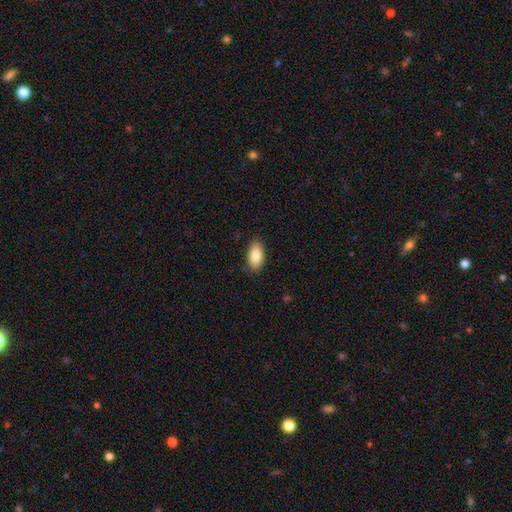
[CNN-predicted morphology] A smooth galaxy with no disk features (85%) that is in between round and cigar-shaped (93%). Merging: none (87%).